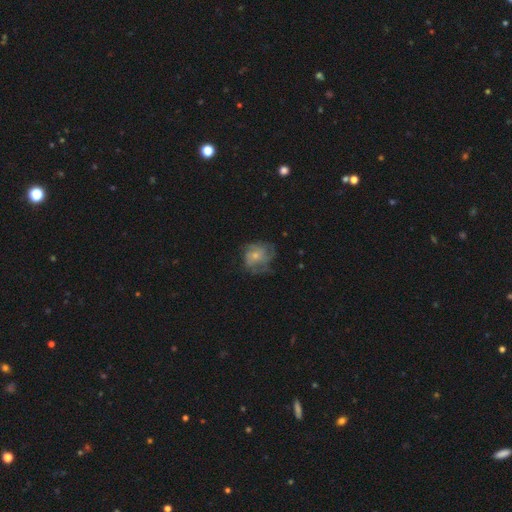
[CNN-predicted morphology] Smooth or featured? Predicted: featured or disk (p=0.58). Edge-on disk? Predicted: no (p=0.98). Bar? Predicted: no (p=0.81). Spiral arms? Predicted: yes (p=0.75). Bulge size? Predicted: small (p=0.59). Merging? Predicted: none (p=0.56).